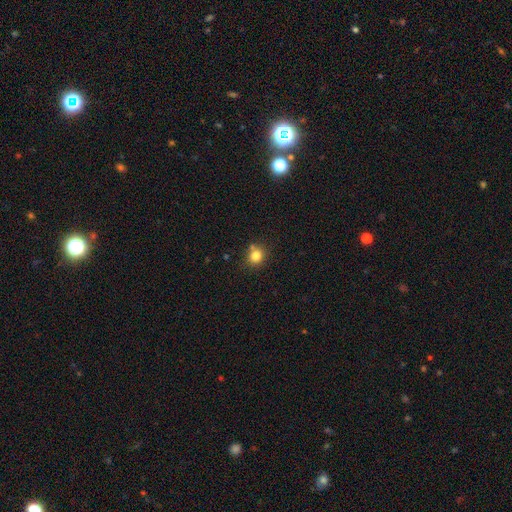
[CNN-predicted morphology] type=smooth (81%); roundness=round (81%); merging=none (71%).